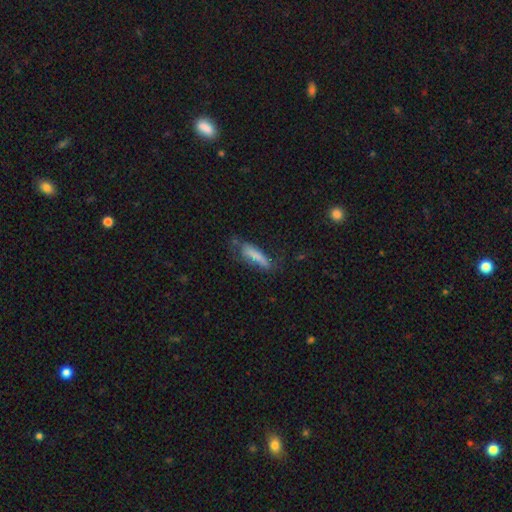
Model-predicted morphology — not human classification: smooth 76%, featured or disk 17%, star or artifact 8%. Down the decision tree: how rounded — cigar-shaped (69%); merging — none (53%).